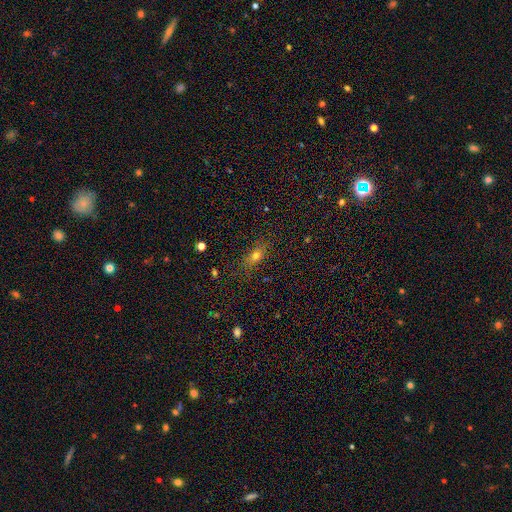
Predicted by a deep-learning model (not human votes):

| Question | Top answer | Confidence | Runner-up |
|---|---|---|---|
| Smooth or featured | smooth | 70% | star or artifact (16%) |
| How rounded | in between | 69% | cigar-shaped (16%) |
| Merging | none | 79% | minor disturbance (14%) |